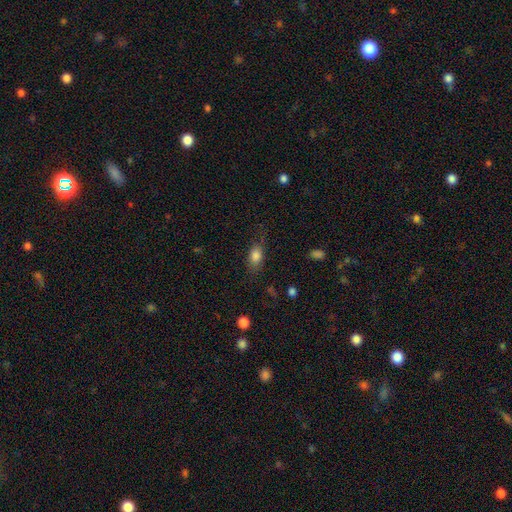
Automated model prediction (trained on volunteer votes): Smooth or featured? Predicted: smooth (p=0.82). How rounded? Predicted: in between (p=0.83). Merging? Predicted: none (p=0.69).